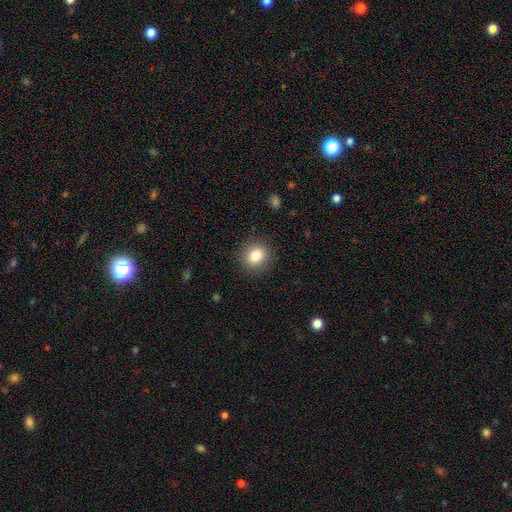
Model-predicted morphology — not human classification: This appears to be a smooth galaxy with no disk features (82%) that is round (78%). Merging: none (89%).